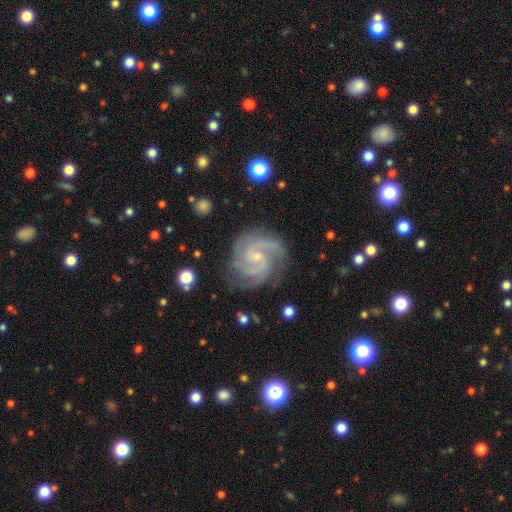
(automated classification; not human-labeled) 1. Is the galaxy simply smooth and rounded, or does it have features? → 92% featured or disk, 5% star or artifact, 3% smooth.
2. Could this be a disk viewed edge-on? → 98% no, 2% yes.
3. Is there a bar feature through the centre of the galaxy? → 55% no, 35% weak, 9% strong.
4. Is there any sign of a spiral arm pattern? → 99% yes, 1% no.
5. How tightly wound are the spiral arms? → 48% tight, 46% medium, 6% loose.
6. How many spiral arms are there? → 40% 2, 36% 3, 7% can't tell, 7% 4, 5% 1, 5% more than 4.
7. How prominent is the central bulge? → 80% small, 14% moderate, 4% none, 1% large, 1% dominant.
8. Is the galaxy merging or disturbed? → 78% none, 15% minor disturbance, 5% major disturbance, 1% merger.